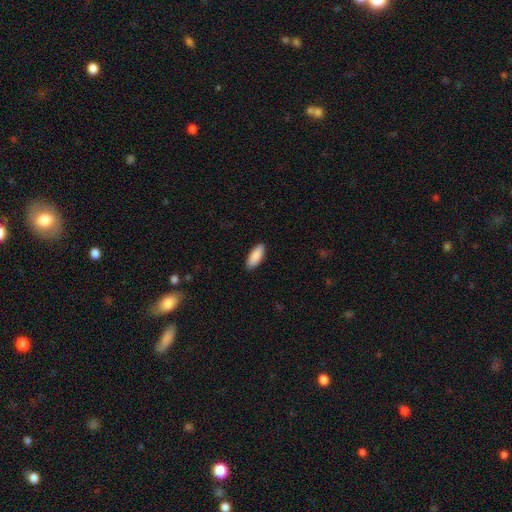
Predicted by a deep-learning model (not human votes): Smooth or featured? smooth (90%)
How rounded? in between (81%)
Merging? none (89%)